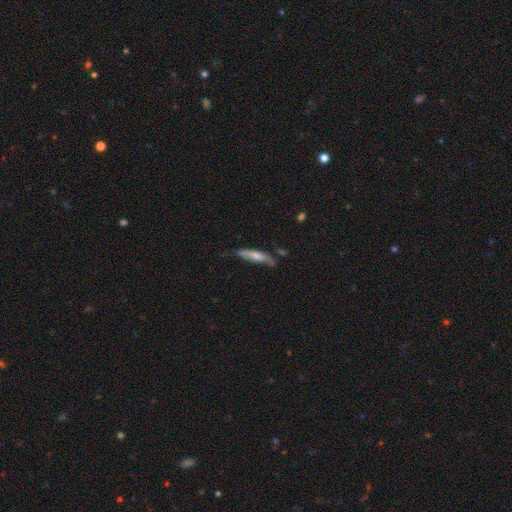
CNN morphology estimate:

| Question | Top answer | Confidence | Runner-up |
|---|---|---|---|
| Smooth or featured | smooth | 55% | featured or disk (39%) |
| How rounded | cigar-shaped | 79% | in between (19%) |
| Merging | none | 57% | minor disturbance (30%) |